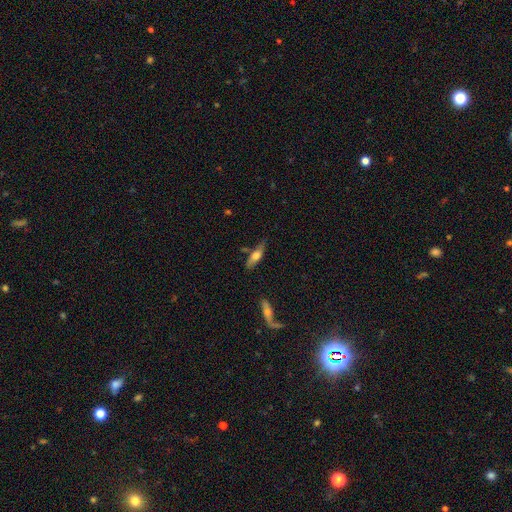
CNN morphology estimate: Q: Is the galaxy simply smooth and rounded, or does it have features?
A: smooth — 57%.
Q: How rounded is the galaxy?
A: cigar-shaped — 53%.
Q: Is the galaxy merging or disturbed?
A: none — 60%.